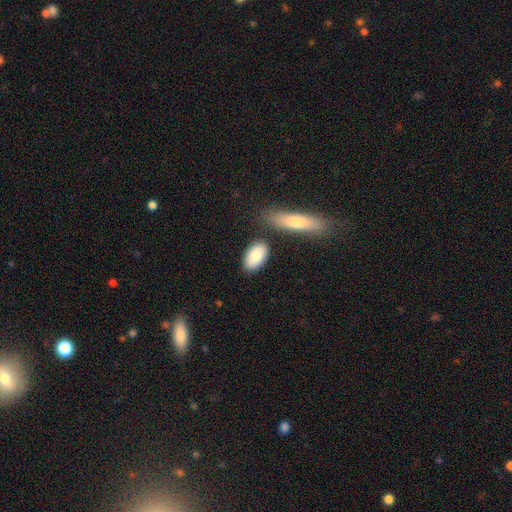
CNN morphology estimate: Smooth or featured: smooth — 83% (featured or disk — 11%)
How rounded: in between — 92% (cigar-shaped — 4%)
Merging: none — 75% (minor disturbance — 12%)